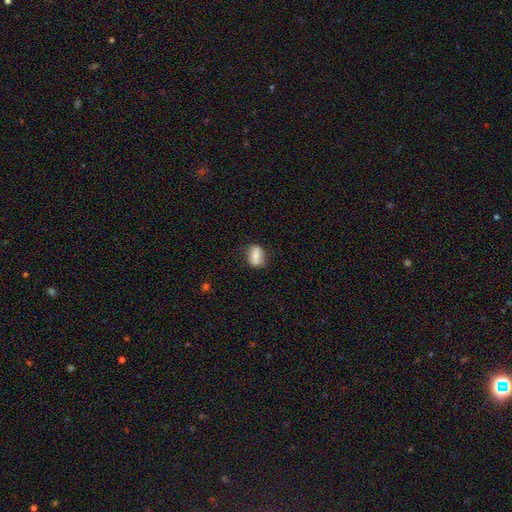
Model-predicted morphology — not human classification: Overall: smooth (68%). How rounded: in between (71%). Merging: none (75%).